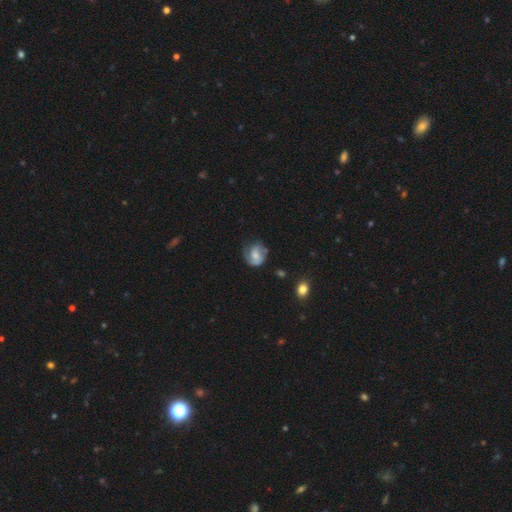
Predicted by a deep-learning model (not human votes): smooth-or-featured: featured or disk: 53% | smooth: 39% | star or artifact: 8%
  disk-edge-on: no: 97% | yes: 3%
    bar: no: 56% | weak: 36% | strong: 8%
    has-spiral-arms: yes: 82% | no: 18%
    bulge-size: moderate: 47% | small: 37% | none: 9% | large: 6% | dominant: 1%
  merging: none: 58% | minor disturbance: 27% | major disturbance: 13% | merger: 3%